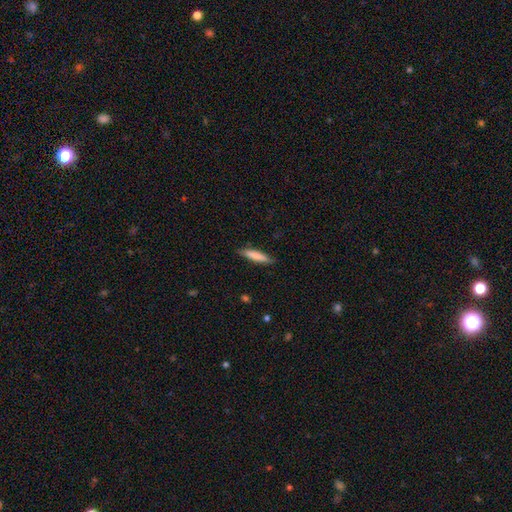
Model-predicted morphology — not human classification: Overall: smooth (78%). How rounded: cigar-shaped (84%). Merging: none (86%).